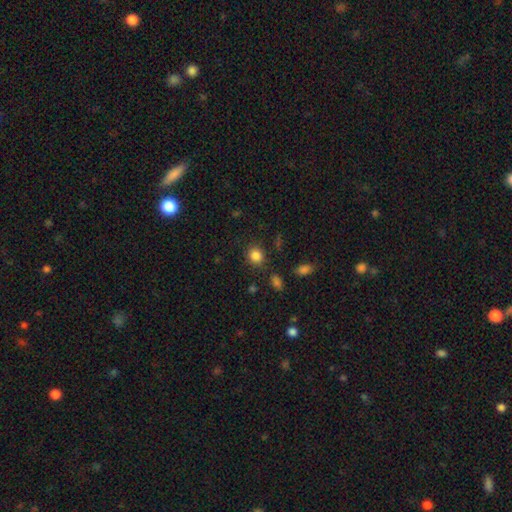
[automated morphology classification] A smooth galaxy with no disk features (84%) that is round (79%). Merging: none (84%).